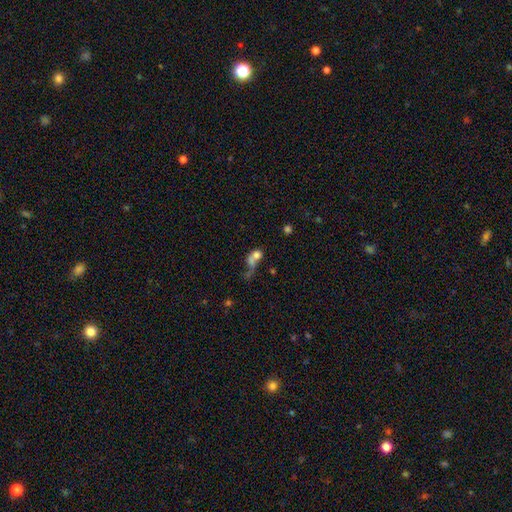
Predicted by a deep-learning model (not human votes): smooth 59%, featured or disk 27%, star or artifact 14%. Down the decision tree: how rounded — round (47%, tied with in between); merging — merger (51%).